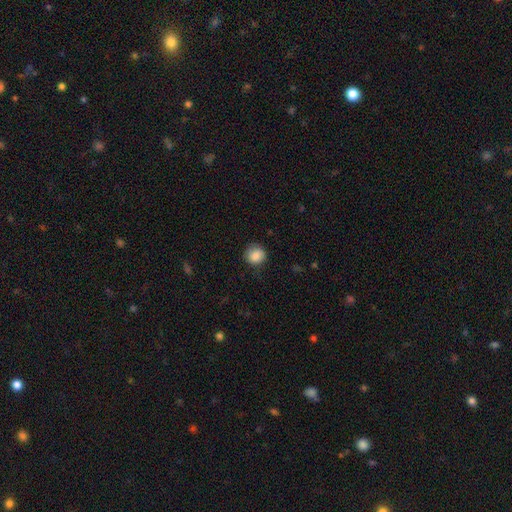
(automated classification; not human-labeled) Overall: smooth (85%). How rounded: round (88%). Merging: none (78%).